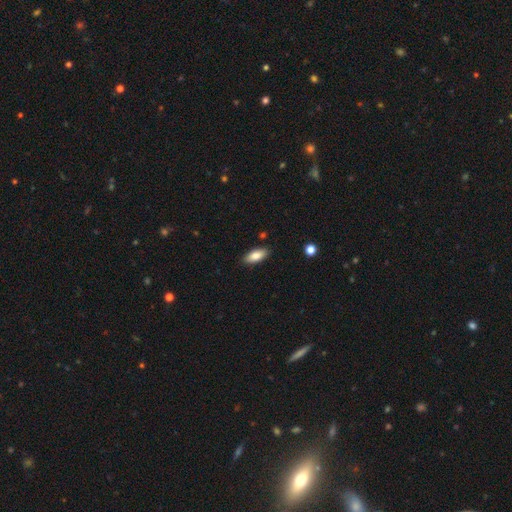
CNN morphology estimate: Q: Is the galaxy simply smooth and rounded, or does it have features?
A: smooth — 83%.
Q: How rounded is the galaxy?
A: in between — 84%.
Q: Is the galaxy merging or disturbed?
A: none — 87%.